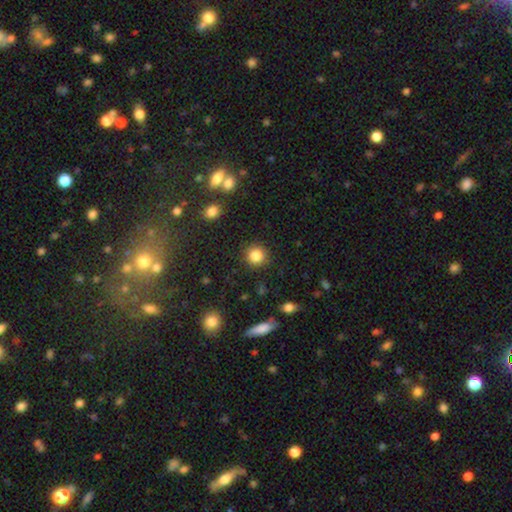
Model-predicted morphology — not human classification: type=smooth (85%); roundness=round (91%); merging=none (89%).